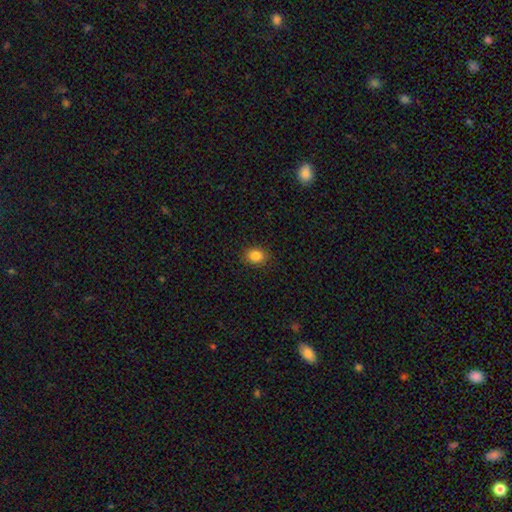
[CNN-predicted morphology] smooth-or-featured: smooth: 85% | star or artifact: 10% | featured or disk: 5%
  how-rounded: round: 54% | in between: 45% | cigar-shaped: 1%
  merging: none: 88% | minor disturbance: 8% | major disturbance: 2% | merger: 1%